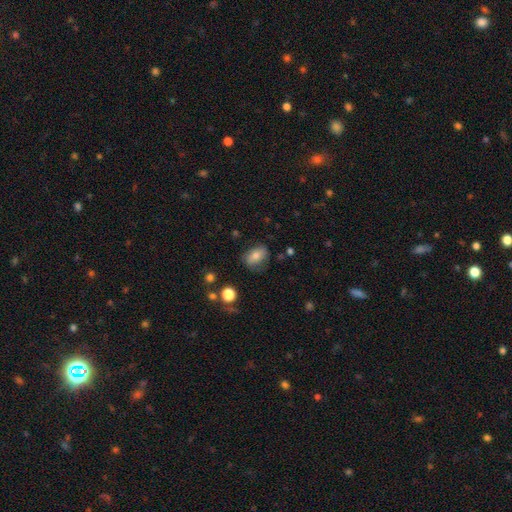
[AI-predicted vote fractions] smooth-or-featured: smooth: 69% | featured or disk: 20% | star or artifact: 10%
  how-rounded: in between: 79% | round: 19% | cigar-shaped: 3%
  merging: none: 68% | minor disturbance: 23% | major disturbance: 8% | merger: 2%